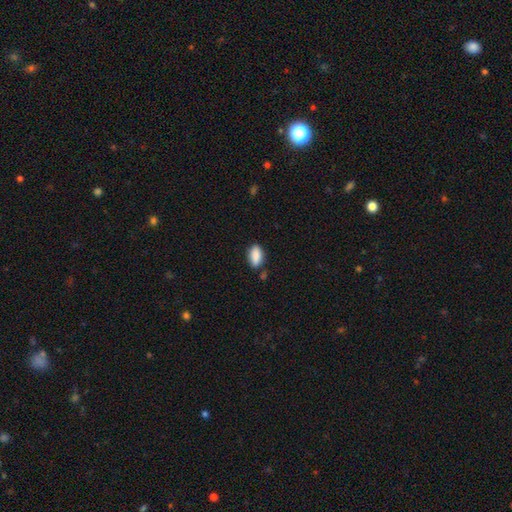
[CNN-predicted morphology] Overall: smooth (89%). How rounded: in between (90%). Merging: none (79%).